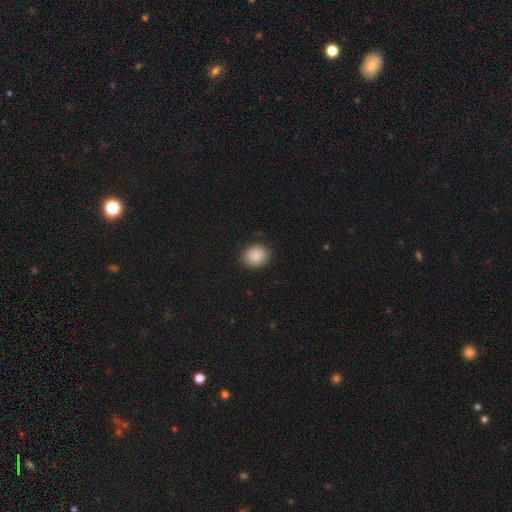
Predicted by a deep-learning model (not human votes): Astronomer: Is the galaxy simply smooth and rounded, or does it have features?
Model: smooth — 88%.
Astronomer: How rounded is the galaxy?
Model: round — 73%.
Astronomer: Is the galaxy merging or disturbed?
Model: none — 90%.